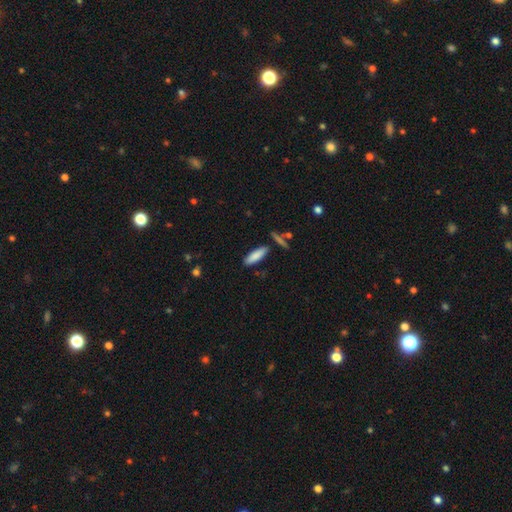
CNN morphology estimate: smooth_or_featured: smooth (p=0.84) [alt: featured or disk p=0.10]
how_rounded: cigar-shaped (p=0.56) [alt: in between p=0.42]
merging: none (p=0.83) [alt: minor disturbance p=0.11]